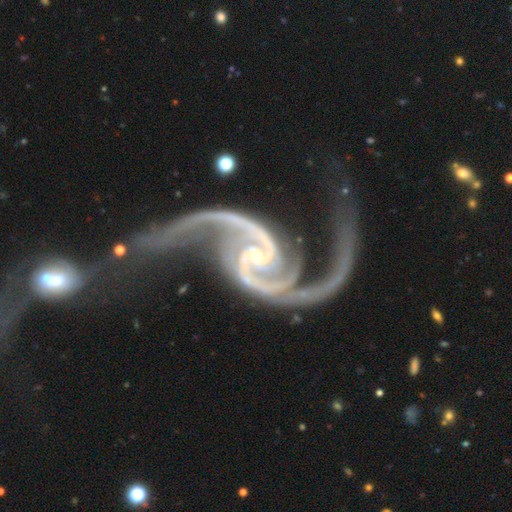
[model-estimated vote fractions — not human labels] Smooth or featured: featured or disk — 95% (star or artifact — 3%)
Edge-on disk: no — 98% (yes — 2%)
Bar: no — 46% (weak — 35%)
Spiral arms: yes — 99% (no — 1%)
Spiral winding: loose — 49% (medium — 39%)
Spiral arm count: 2 — 93% (3 — 2%)
Bulge size: small — 80% (moderate — 15%)
Merging: none — 47% (major disturbance — 26%)